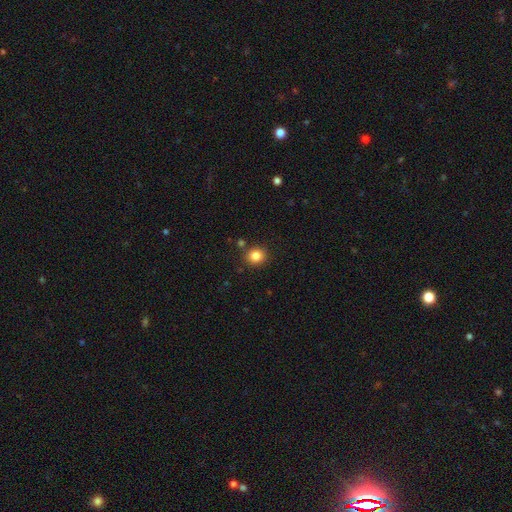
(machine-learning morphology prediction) The model was most divided on "how rounded": round: 84%, in between: 15%, cigar-shaped: 1%. More confident: merging — none (86%); smooth or featured — smooth (84%).